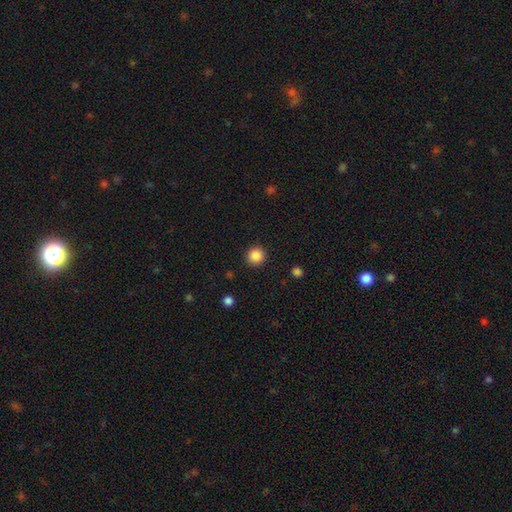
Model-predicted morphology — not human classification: Smooth or featured: smooth — 87% (star or artifact — 10%)
How rounded: round — 94% (in between — 5%)
Merging: none — 91% (minor disturbance — 6%)